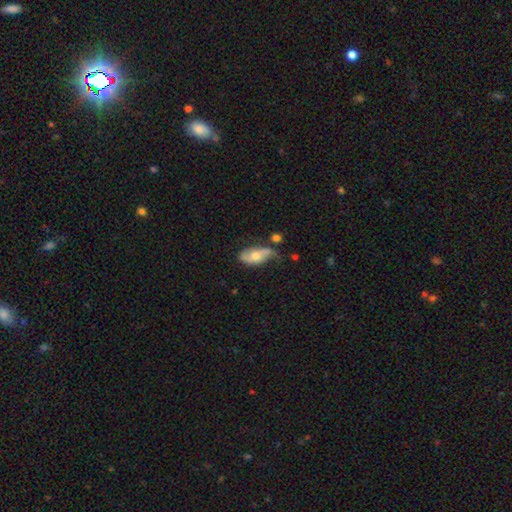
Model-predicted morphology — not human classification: Q: Smooth or featured?
A: featured or disk (53%); runner-up: smooth (41%)
Q: Edge-on disk?
A: no (91%); runner-up: yes (9%)
Q: Merging?
A: none (38%); runner-up: minor disturbance (34%)